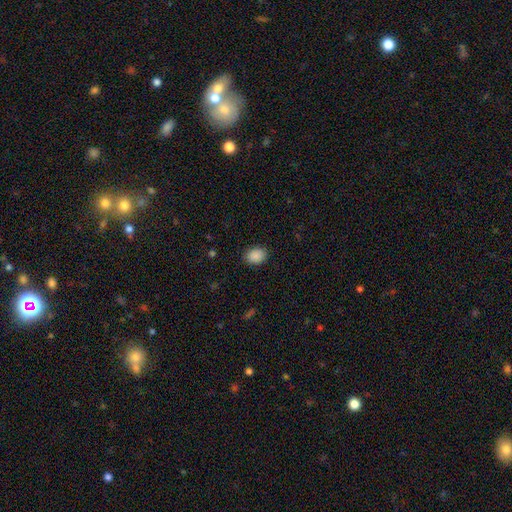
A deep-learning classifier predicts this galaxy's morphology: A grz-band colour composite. It shows a smooth galaxy with no disk features (89%) that is in between round and cigar-shaped (58%). Merging: none (88%).